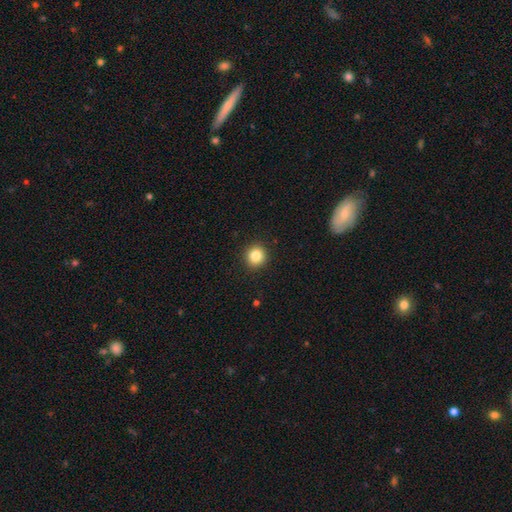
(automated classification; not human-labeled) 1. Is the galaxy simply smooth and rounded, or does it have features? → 84% smooth, 10% star or artifact, 5% featured or disk.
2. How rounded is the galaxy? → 92% round, 7% in between, 1% cigar-shaped.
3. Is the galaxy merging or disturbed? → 92% none, 5% minor disturbance, 2% major disturbance, 1% merger.